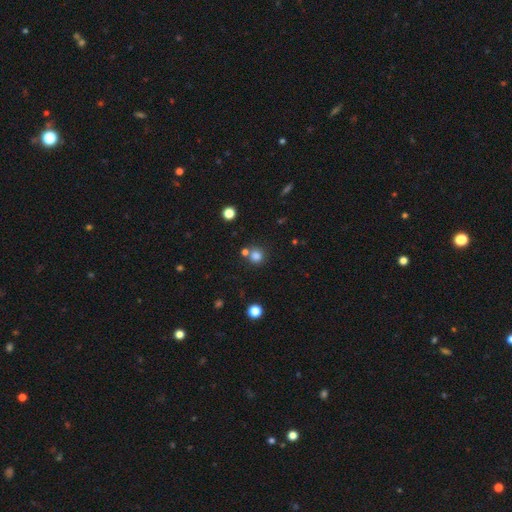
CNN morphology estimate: smooth_or_featured: smooth (p=0.79) [alt: star or artifact p=0.15]
how_rounded: round (p=0.91) [alt: in between p=0.08]
merging: none (p=0.69) [alt: merger p=0.20]